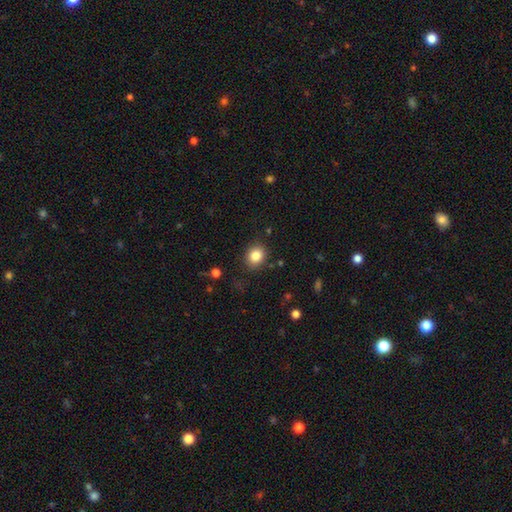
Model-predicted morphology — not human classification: Smooth or featured? smooth (84%)
How rounded? round (63%)
Merging? none (87%)